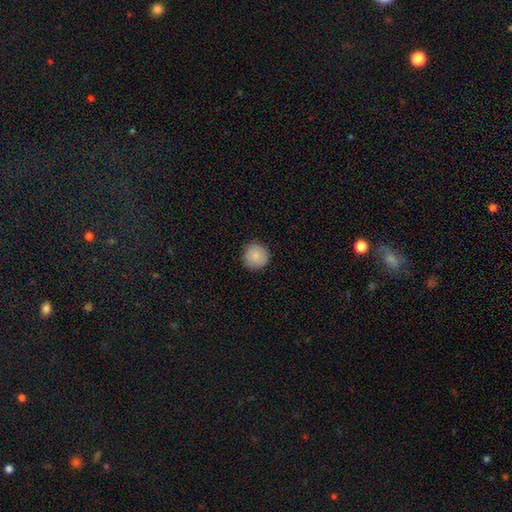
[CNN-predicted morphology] The model was most divided on "merging": none: 87%, minor disturbance: 10%, major disturbance: 2%, merger: 1%. More confident: how rounded — round (94%); smooth or featured — smooth (86%).